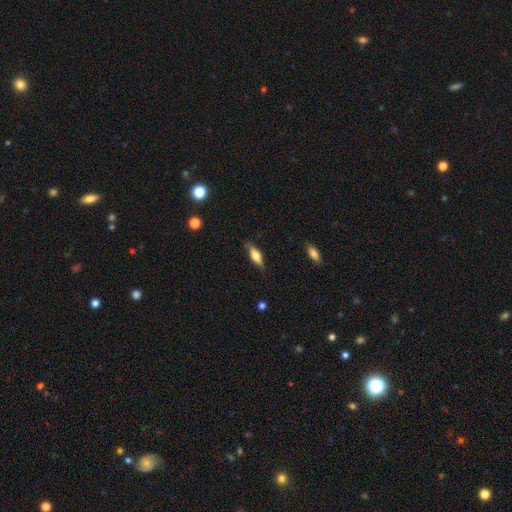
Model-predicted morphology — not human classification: Smooth or featured?
  - smooth: 57% *
  - featured or disk: 36%
  - star or artifact: 7%
How rounded?
  - in between: 58% *
  - cigar-shaped: 39%
  - round: 3%
Merging?
  - none: 82% *
  - minor disturbance: 14%
  - major disturbance: 3%
  - merger: 1%